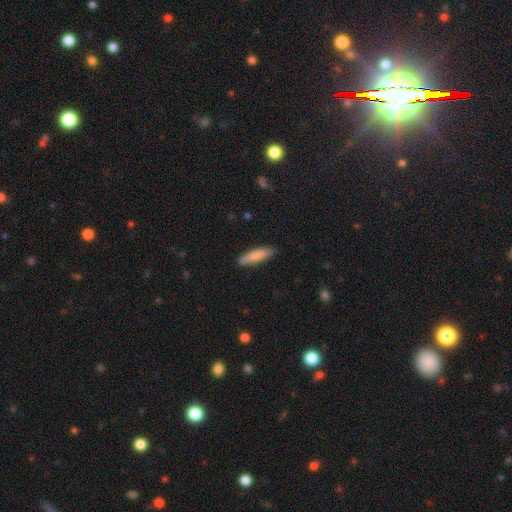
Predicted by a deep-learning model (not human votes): Smooth or featured?
  - smooth: 83% *
  - featured or disk: 12%
  - star or artifact: 5%
How rounded?
  - cigar-shaped: 73% *
  - in between: 25%
  - round: 1%
Merging?
  - none: 87% *
  - minor disturbance: 10%
  - major disturbance: 2%
  - merger: 1%